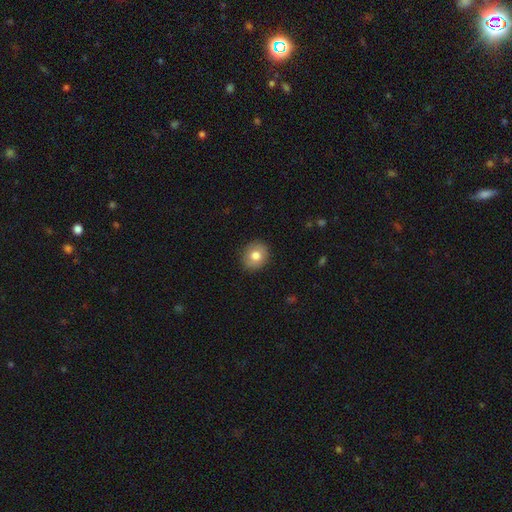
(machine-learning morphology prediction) Smooth or featured? smooth (76%)
How rounded? round (74%)
Merging? none (88%)